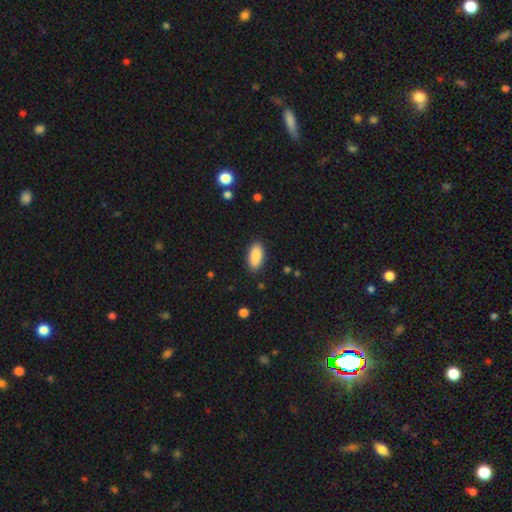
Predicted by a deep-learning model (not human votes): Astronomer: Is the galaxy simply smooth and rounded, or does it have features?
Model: smooth — 89%.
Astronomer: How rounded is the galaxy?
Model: in between — 90%.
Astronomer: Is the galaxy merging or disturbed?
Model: none — 88%.